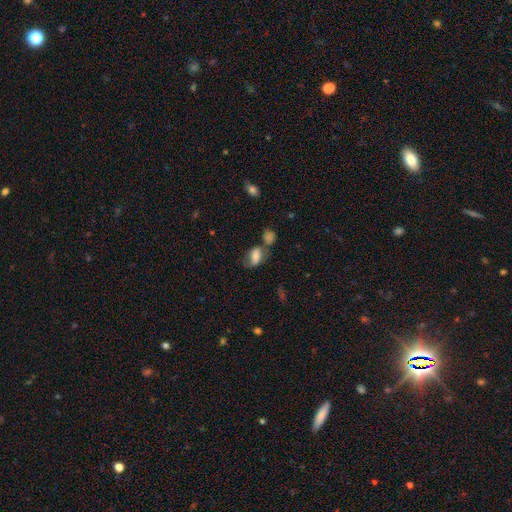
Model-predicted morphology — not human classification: Smooth or featured: smooth — 67% (featured or disk — 22%)
How rounded: in between — 84% (round — 13%)
Merging: none — 38% (merger — 28%)